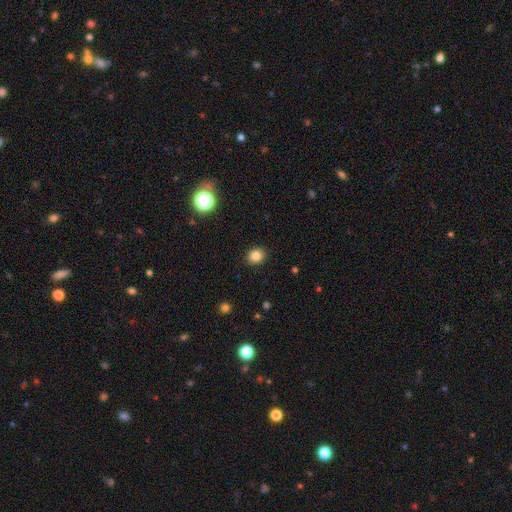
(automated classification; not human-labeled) Smooth or featured: smooth — 83% (star or artifact — 12%)
How rounded: round — 67% (in between — 33%)
Merging: none — 90% (minor disturbance — 7%)